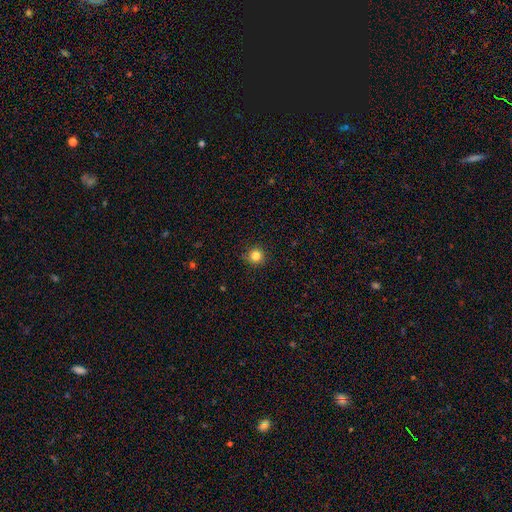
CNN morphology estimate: This is clearly a smooth galaxy (82%). How rounded: clearly round (94%). Merging: clearly none (87%).